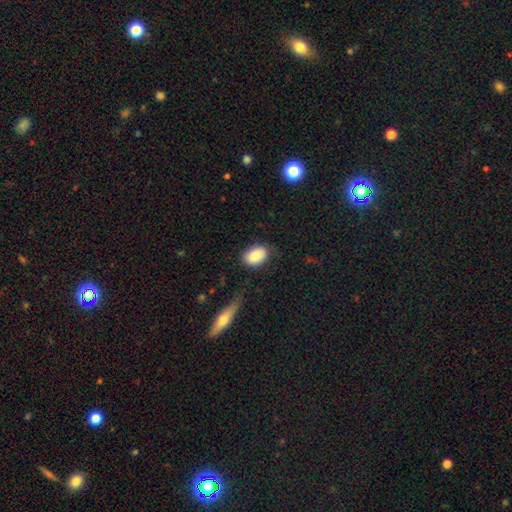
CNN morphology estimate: This appears to be a smooth galaxy with no disk features (87%) that is in between round and cigar-shaped (84%). Merging: none (80%).